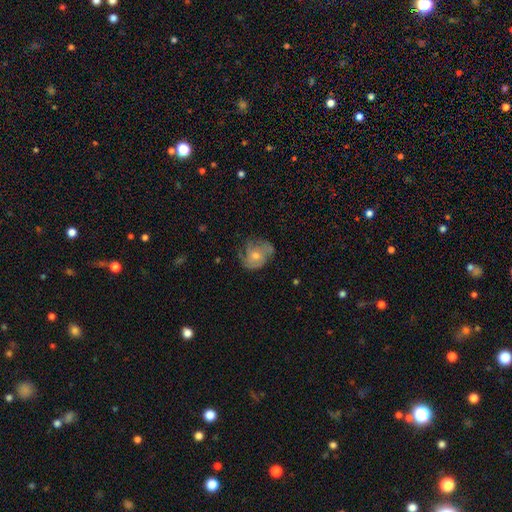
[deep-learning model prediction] featured or disk 64%, smooth 26%, star or artifact 10%. Down the decision tree: edge-on disk — no (97%); bar — no (82%); spiral arms — yes (83%); spiral arm count — can't tell (33%); spiral winding — tight (48%); bulge size — moderate (52%); merging — none (64%).